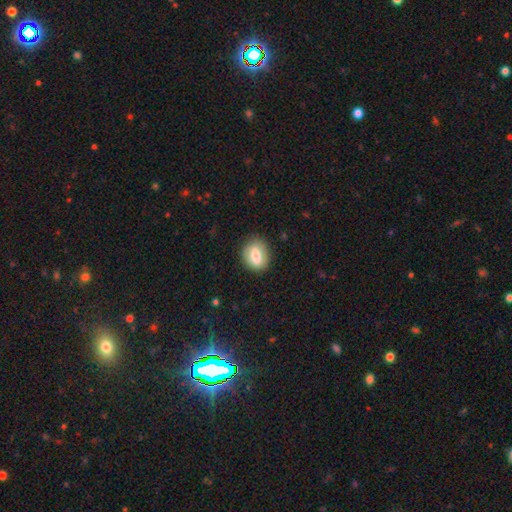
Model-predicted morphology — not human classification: A smooth galaxy with no disk features (76%) that is in between round and cigar-shaped (62%).

Vote fractions:
- Smooth or featured? smooth: 76% / featured or disk: 16% / star or artifact: 8%
- How rounded? in between: 62% / round: 35% / cigar-shaped: 2%
- Merging? none: 83% / minor disturbance: 12% / major disturbance: 4% / merger: 1%